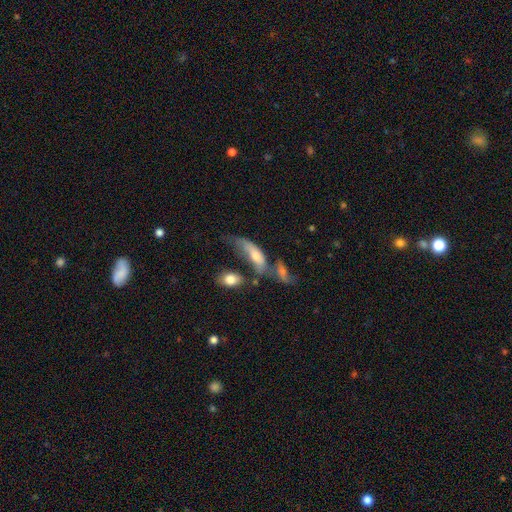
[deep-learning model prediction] Q: Smooth or featured?
A: featured or disk (44%); tied with: smooth (44%)
Q: Merging?
A: merger (37%); runner-up: none (25%)